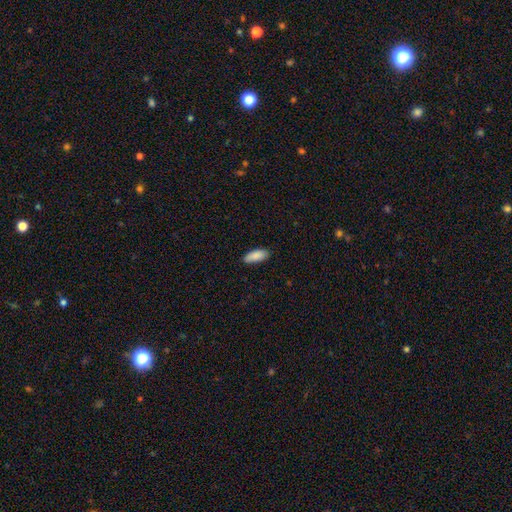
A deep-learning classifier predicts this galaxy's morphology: Q: Smooth or featured?
A: smooth (89%); runner-up: star or artifact (6%)
Q: How rounded?
A: in between (82%); runner-up: cigar-shaped (17%)
Q: Merging?
A: none (87%); runner-up: minor disturbance (10%)